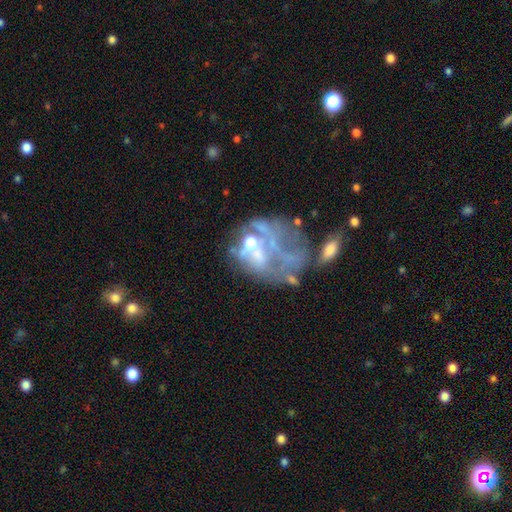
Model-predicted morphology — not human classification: Smooth or featured? featured or disk (62%)
Edge-on disk? no (97%)
Bar? no (84%)
Spiral arms? no (86%)
Bulge size? none (48%)
Merging? major disturbance (37%)